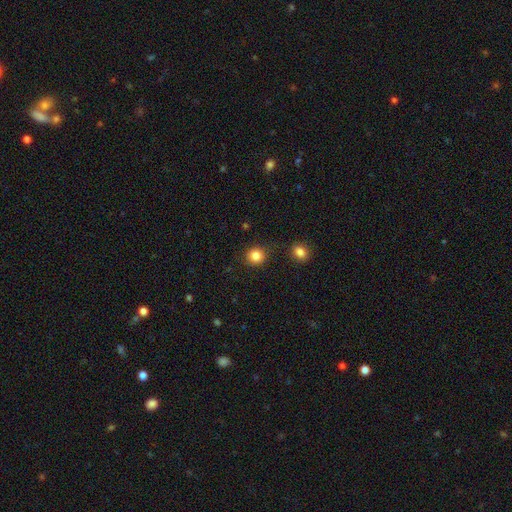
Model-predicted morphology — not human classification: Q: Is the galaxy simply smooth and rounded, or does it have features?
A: smooth — 84%.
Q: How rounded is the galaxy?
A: round — 89%.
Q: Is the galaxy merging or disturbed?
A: none — 86%.